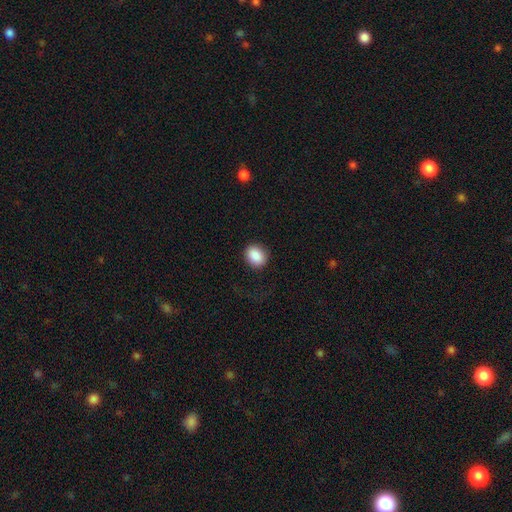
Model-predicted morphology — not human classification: This is clearly a smooth galaxy (88%). How rounded: possibly round (57%). Merging: clearly none (85%).